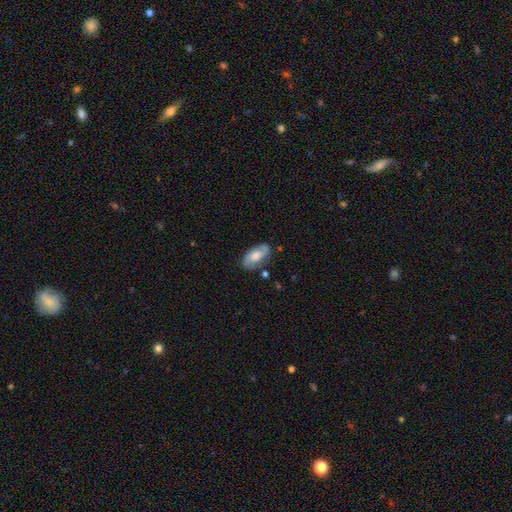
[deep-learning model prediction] Smooth or featured? featured or disk (63%)
Edge-on disk? no (94%)
Bar? no (58%)
Spiral arms? yes (91%)
Spiral winding? medium (46%)
Spiral arm count? 2 (86%)
Bulge size? moderate (44%)
Merging? none (75%)